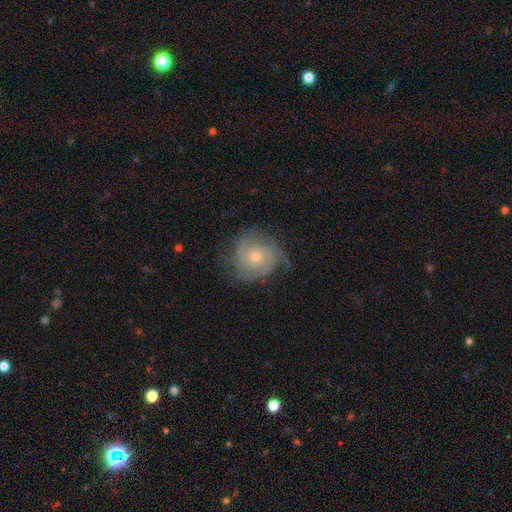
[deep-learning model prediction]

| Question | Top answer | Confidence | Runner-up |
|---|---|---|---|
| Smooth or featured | featured or disk | 84% | smooth (10%) |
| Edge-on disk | no | 98% | yes (2%) |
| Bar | no | 79% | weak (18%) |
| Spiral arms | yes | 96% | no (4%) |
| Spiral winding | tight | 65% | medium (28%) |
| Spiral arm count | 3 | 31% | can't tell (24%) |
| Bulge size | small | 50% | moderate (46%) |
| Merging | none | 71% | minor disturbance (20%) |